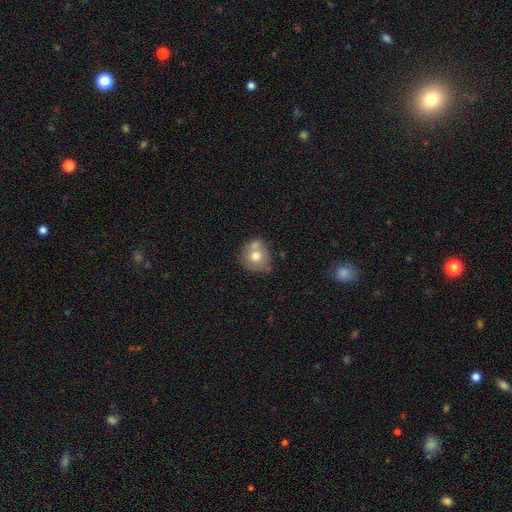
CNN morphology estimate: type=smooth (70%); roundness=round (83%); merging=none (51%).